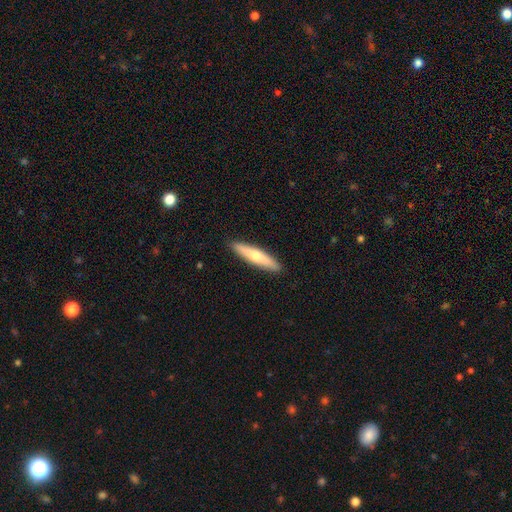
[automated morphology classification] Overall: smooth (61%; featured or disk 34%). How rounded: cigar-shaped (88%). Merging: none (91%).